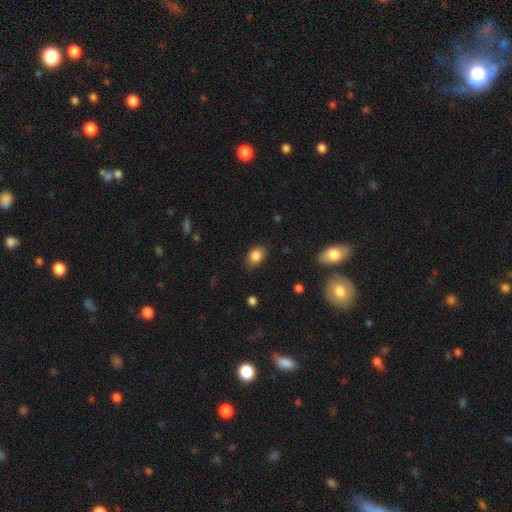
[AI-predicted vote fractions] Q: Smooth or featured?
A: smooth (86%); runner-up: star or artifact (9%)
Q: How rounded?
A: in between (76%); runner-up: round (23%)
Q: Merging?
A: none (82%); runner-up: minor disturbance (14%)